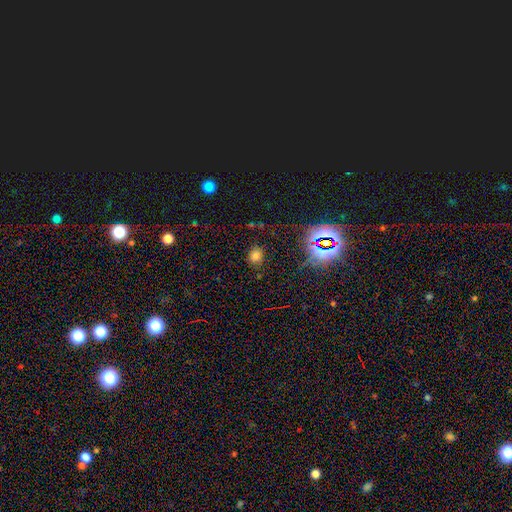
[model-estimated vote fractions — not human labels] Q: Smooth or featured?
A: smooth (70%); runner-up: star or artifact (24%)
Q: How rounded?
A: round (69%); runner-up: in between (30%)
Q: Merging?
A: none (85%); runner-up: minor disturbance (10%)